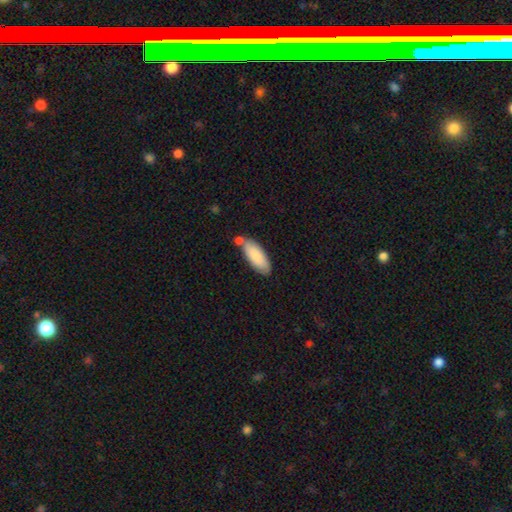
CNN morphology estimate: smooth 83%, featured or disk 11%, star or artifact 6%. Down the decision tree: how rounded — in between (74%); merging — none (61%).